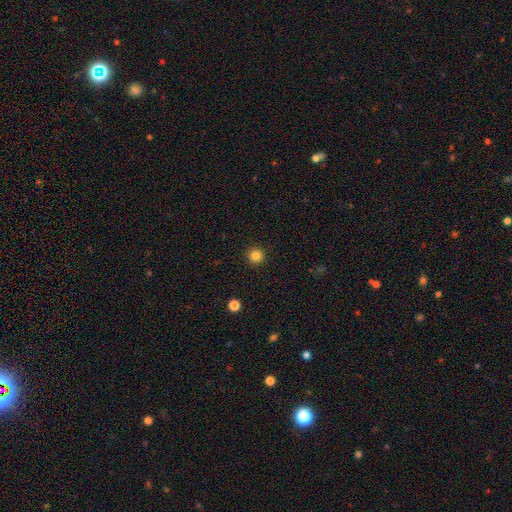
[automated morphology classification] The model was most divided on "smooth or featured": smooth: 84%, star or artifact: 12%, featured or disk: 4%. More confident: how rounded — round (96%); merging — none (93%).